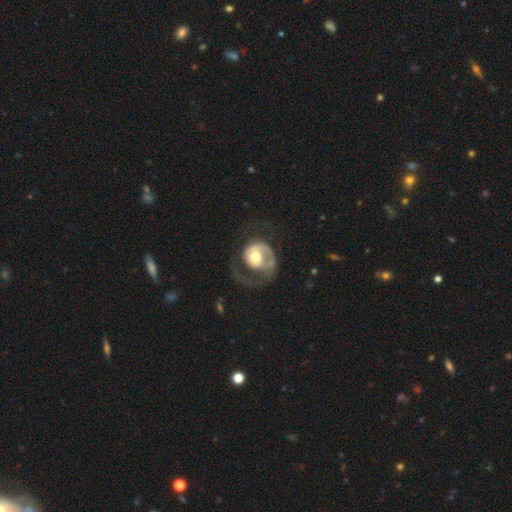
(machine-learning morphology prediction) Overall: featured or disk (66%; smooth 28%). Edge-on disk: no (97%). Bar: no (67%). Spiral arms: yes (75%). Bulge size: moderate (62%; large 23%). Merging: major disturbance (48%; none 33%).